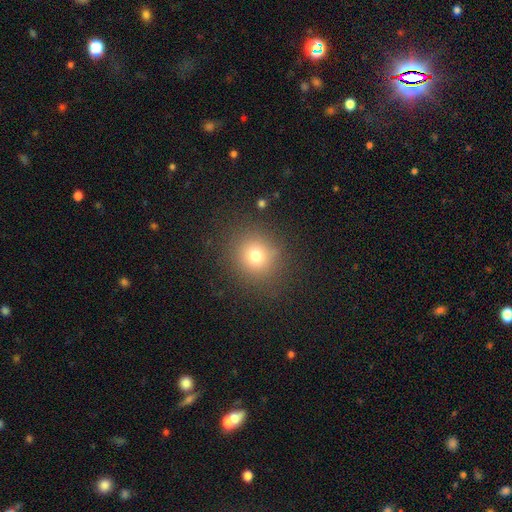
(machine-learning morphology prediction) type=smooth (74%); roundness=round (87%); merging=none (86%).